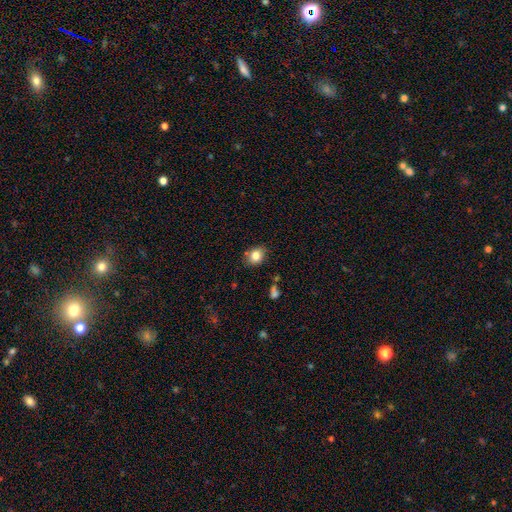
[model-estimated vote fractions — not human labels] smooth 82%, star or artifact 10%, featured or disk 8%. Down the decision tree: how rounded — round (55%); merging — none (80%).